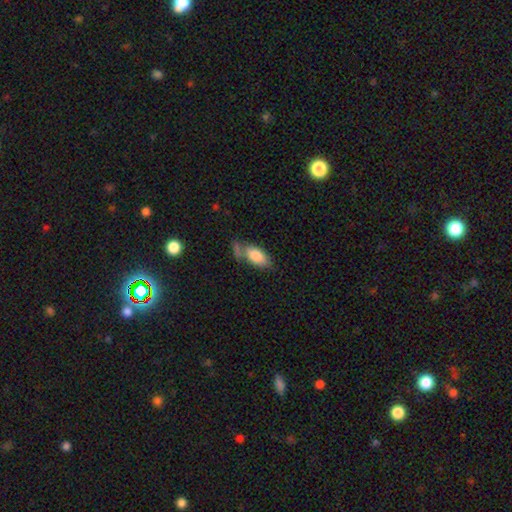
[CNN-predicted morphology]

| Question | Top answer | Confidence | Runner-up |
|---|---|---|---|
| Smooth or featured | smooth | 80% | featured or disk (13%) |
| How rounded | in between | 88% | cigar-shaped (9%) |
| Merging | none | 48% | minor disturbance (22%) |